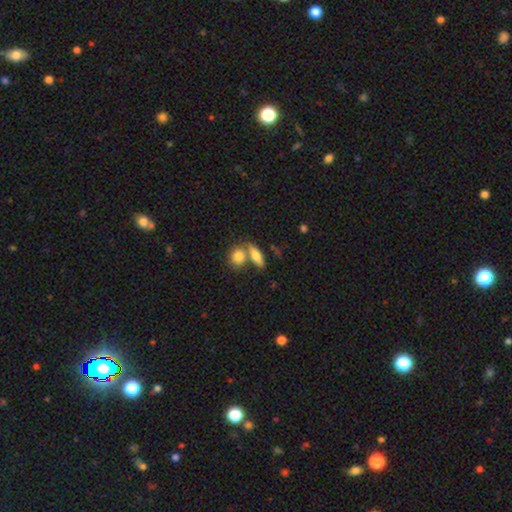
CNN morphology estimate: The model was most divided on "merging": none: 51%, merger: 35%, minor disturbance: 10%, major disturbance: 4%. More confident: smooth or featured — smooth (75%); how rounded — in between (64%).